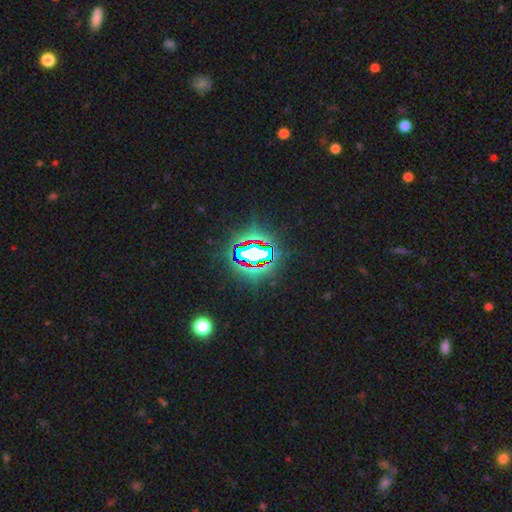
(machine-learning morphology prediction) This is likely a star or artifact rather than a galaxy (76%).